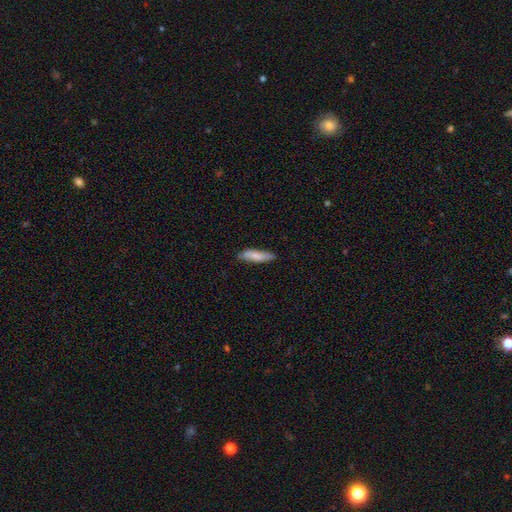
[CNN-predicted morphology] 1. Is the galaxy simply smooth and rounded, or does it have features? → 77% smooth, 18% featured or disk, 6% star or artifact.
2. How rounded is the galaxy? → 62% cigar-shaped, 36% in between, 2% round.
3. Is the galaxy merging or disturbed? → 79% none, 17% minor disturbance, 3% major disturbance, 1% merger.